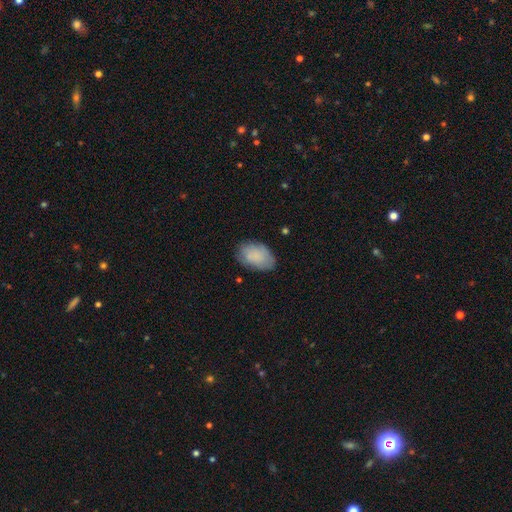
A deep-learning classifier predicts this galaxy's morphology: smooth_or_featured: smooth (p=0.81) [alt: featured or disk p=0.12]
how_rounded: in between (p=0.90) [alt: round p=0.09]
merging: none (p=0.73) [alt: minor disturbance p=0.20]